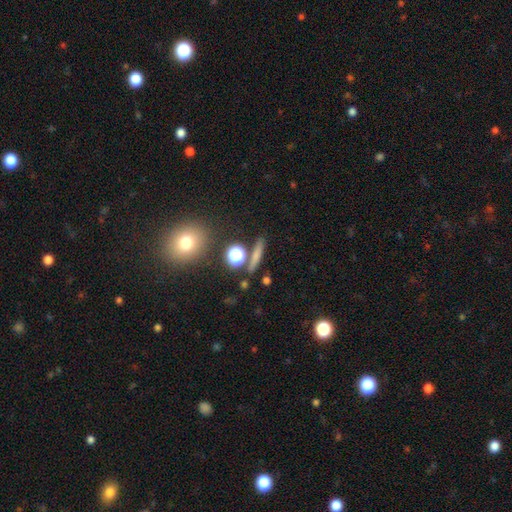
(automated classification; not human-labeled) Q: Smooth or featured?
A: smooth (65%); runner-up: featured or disk (20%)
Q: How rounded?
A: cigar-shaped (63%); runner-up: round (23%)
Q: Merging?
A: none (82%); runner-up: minor disturbance (8%)